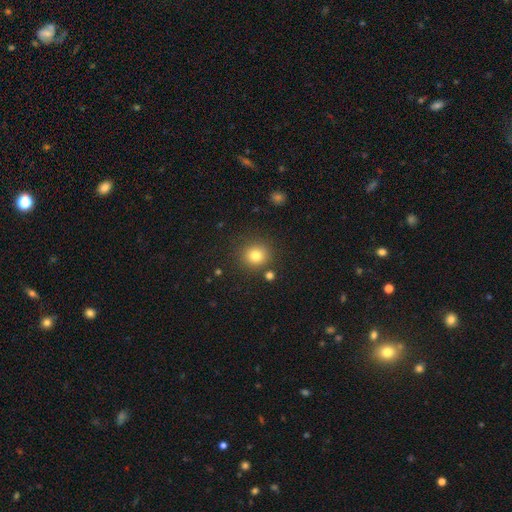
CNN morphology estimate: Overall: smooth (80%). How rounded: round (90%). Merging: none (85%).